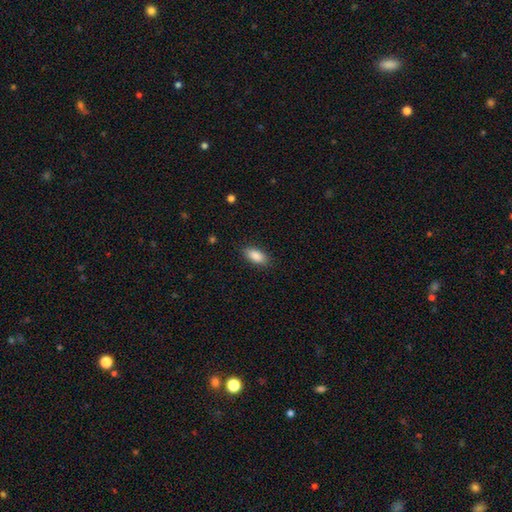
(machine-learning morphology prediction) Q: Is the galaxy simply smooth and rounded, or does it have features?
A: smooth — 88%.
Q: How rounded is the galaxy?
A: in between — 88%.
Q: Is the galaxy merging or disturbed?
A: none — 87%.